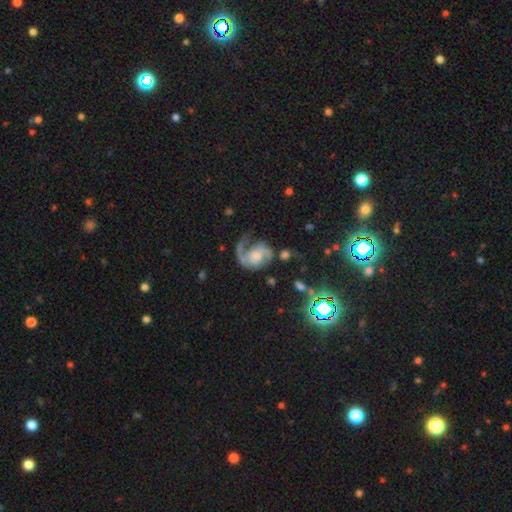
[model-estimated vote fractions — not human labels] Q: Smooth or featured?
A: featured or disk (83%); runner-up: smooth (11%)
Q: Edge-on disk?
A: no (98%); runner-up: yes (2%)
Q: Bar?
A: no (63%); runner-up: weak (30%)
Q: Spiral arms?
A: yes (94%); runner-up: no (6%)
Q: Spiral winding?
A: medium (48%); runner-up: loose (31%)
Q: Spiral arm count?
A: 2 (61%); runner-up: 1 (30%)
Q: Bulge size?
A: moderate (32%); runner-up: small (26%)
Q: Merging?
A: none (43%); runner-up: major disturbance (32%)